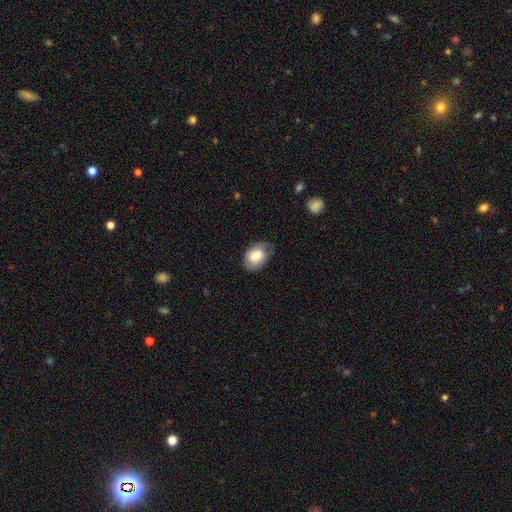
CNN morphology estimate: smooth_or_featured: smooth (p=0.72) [alt: featured or disk p=0.21]
how_rounded: in between (p=0.79) [alt: round p=0.20]
merging: none (p=0.59) [alt: minor disturbance p=0.30]